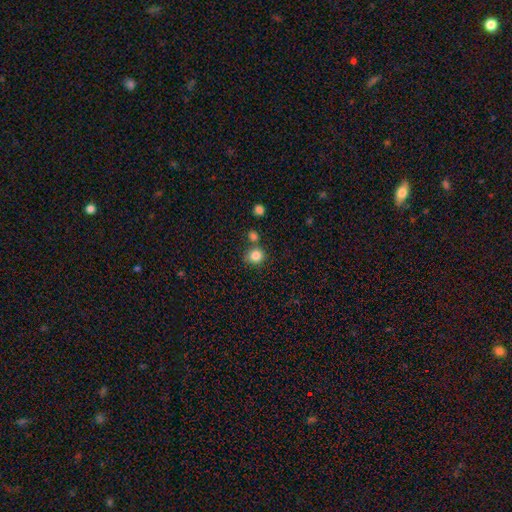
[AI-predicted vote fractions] smooth-or-featured: smooth: 84% | star or artifact: 10% | featured or disk: 5%
  how-rounded: round: 78% | in between: 21% | cigar-shaped: 1%
  merging: none: 70% | merger: 14% | minor disturbance: 12% | major disturbance: 4%